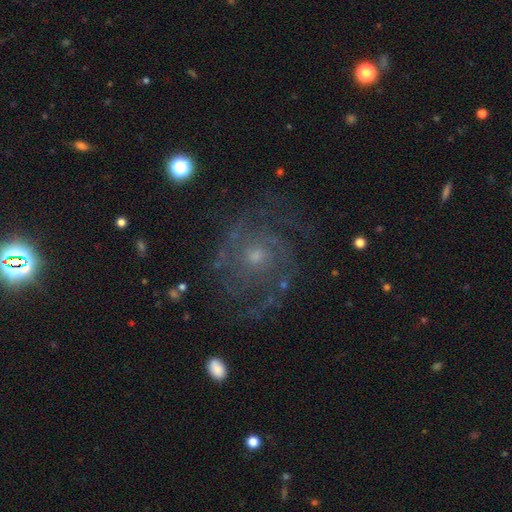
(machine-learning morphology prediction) A featured or disk galaxy (82%) with no bar (77%), 2 (31%) tight (53%) spiral arms (93%) and a small central bulge (60%). Merging: none (71%).